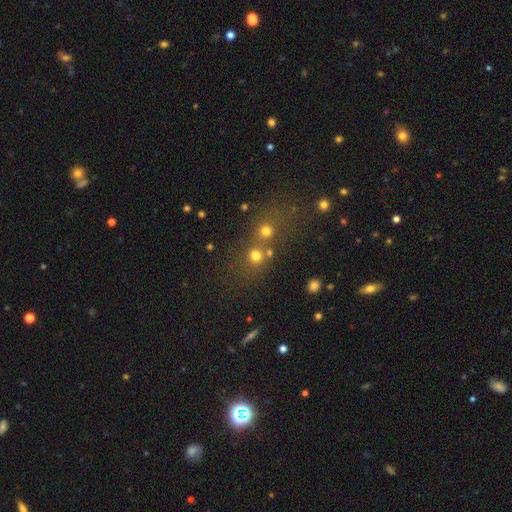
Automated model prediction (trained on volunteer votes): Overall: smooth (70%). How rounded: round (83%). Merging: none (53%; merger 34%).